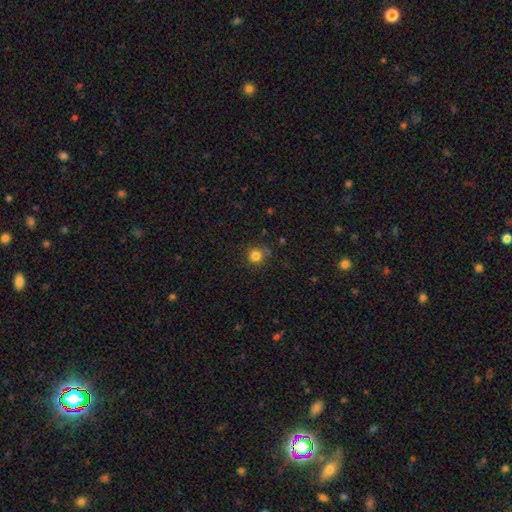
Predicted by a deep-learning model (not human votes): Smooth or featured: smooth — 81% (star or artifact — 13%)
How rounded: round — 93% (in between — 6%)
Merging: none — 81% (minor disturbance — 12%)